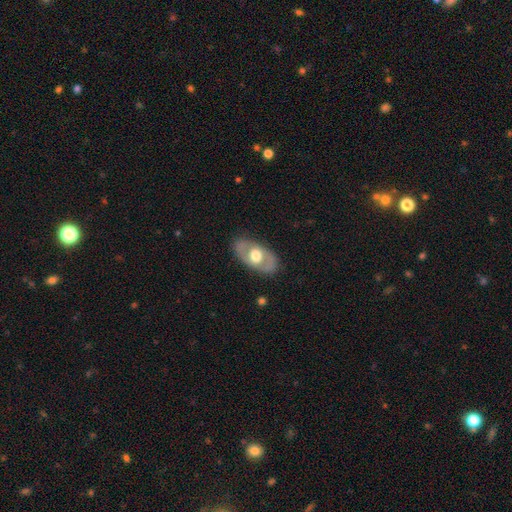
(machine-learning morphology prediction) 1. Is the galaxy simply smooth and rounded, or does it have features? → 55% featured or disk, 40% smooth, 5% star or artifact.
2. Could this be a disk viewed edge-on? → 85% no, 15% yes.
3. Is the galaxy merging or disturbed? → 83% none, 12% minor disturbance, 4% major disturbance, 1% merger.